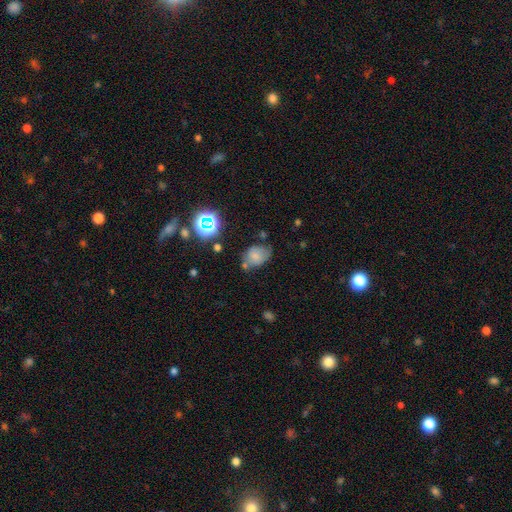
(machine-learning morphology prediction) This appears to be a smooth galaxy with no disk features (68%) that is in between round and cigar-shaped (63%). Merging: none (52%).